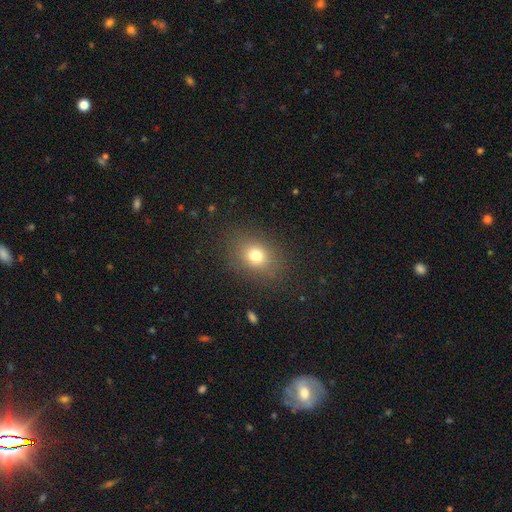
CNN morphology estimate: This appears to be a smooth galaxy with no disk features (76%) that is in between round and cigar-shaped (51%). Merging: none (84%).